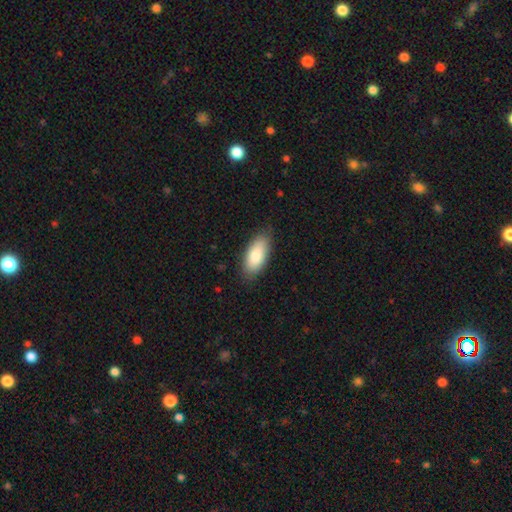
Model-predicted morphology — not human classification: This is clearly a smooth galaxy (83%). How rounded: clearly in between (88%). Merging: clearly none (83%).